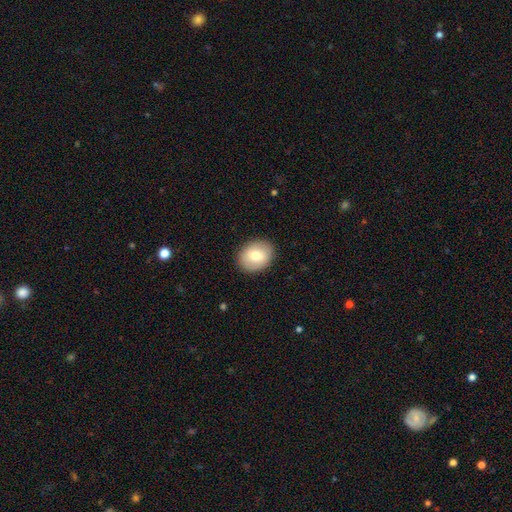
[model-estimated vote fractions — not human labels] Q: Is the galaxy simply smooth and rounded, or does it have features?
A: smooth — 73%.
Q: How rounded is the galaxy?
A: in between — 54%.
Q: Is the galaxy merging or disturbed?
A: none — 89%.